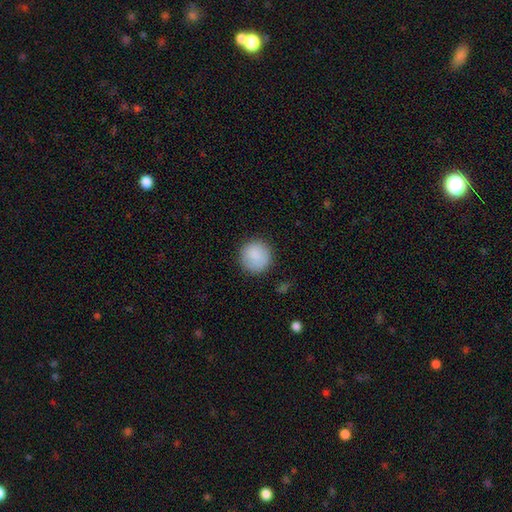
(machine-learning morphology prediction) Q: Smooth or featured?
A: smooth (88%); runner-up: star or artifact (7%)
Q: How rounded?
A: round (94%); runner-up: in between (5%)
Q: Merging?
A: none (88%); runner-up: minor disturbance (8%)